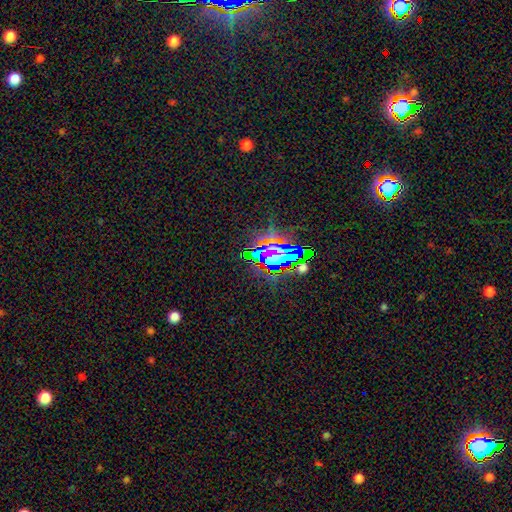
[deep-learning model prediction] Smooth or featured: star or artifact — 75% (smooth — 13%)